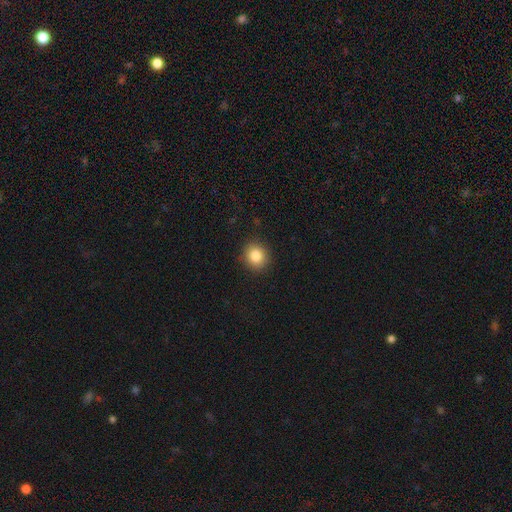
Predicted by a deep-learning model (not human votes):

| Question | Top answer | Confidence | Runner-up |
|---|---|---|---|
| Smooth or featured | smooth | 85% | star or artifact (10%) |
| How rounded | round | 84% | in between (15%) |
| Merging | none | 90% | minor disturbance (7%) |